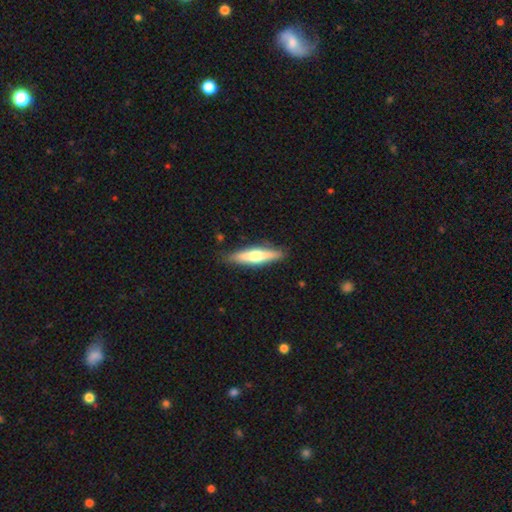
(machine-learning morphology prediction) The model was most divided on "smooth or featured": featured or disk: 49%, smooth: 45%, star or artifact: 5%. More confident: merging — none (87%).